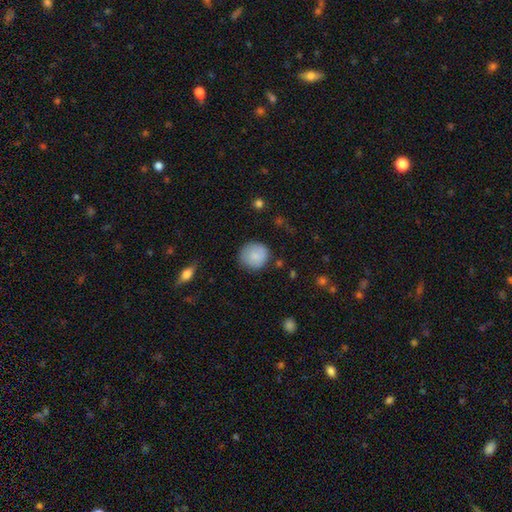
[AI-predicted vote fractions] Q: Smooth or featured?
A: smooth (85%); runner-up: star or artifact (8%)
Q: How rounded?
A: round (91%); runner-up: in between (8%)
Q: Merging?
A: none (82%); runner-up: minor disturbance (13%)